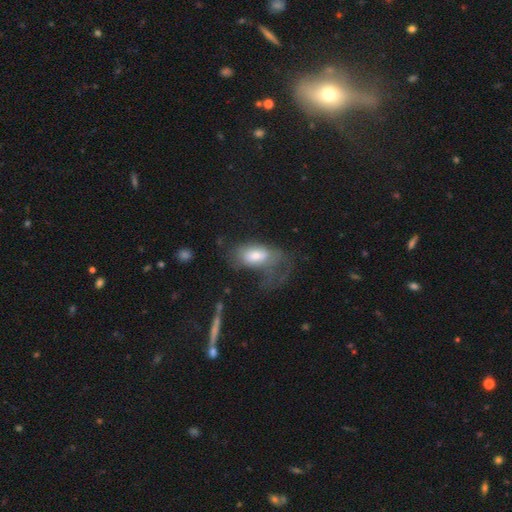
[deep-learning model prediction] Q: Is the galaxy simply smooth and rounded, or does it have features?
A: smooth — 61%.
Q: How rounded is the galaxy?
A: in between — 89%.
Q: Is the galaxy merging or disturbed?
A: major disturbance — 52%.